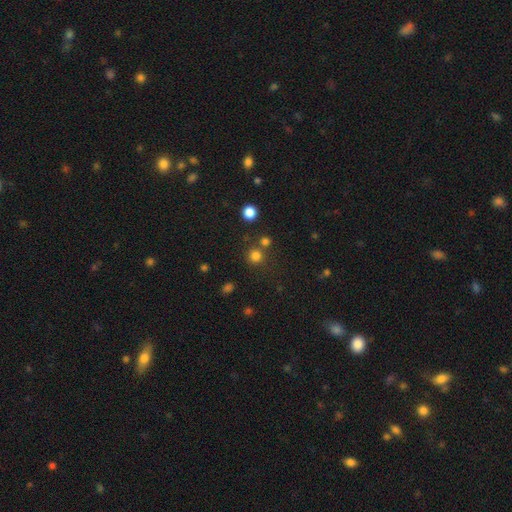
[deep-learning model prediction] smooth_or_featured: smooth (p=0.76) [alt: star or artifact p=0.18]
how_rounded: round (p=0.92) [alt: in between p=0.07]
merging: none (p=0.73) [alt: merger p=0.16]